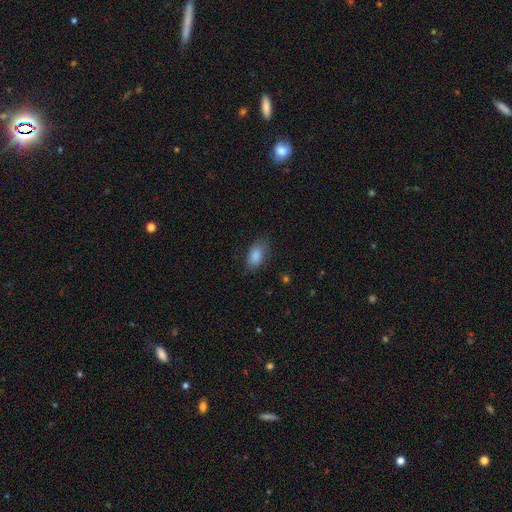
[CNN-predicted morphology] A smooth galaxy with no disk features (86%) that is in between round and cigar-shaped (91%).

Vote fractions:
- Smooth or featured? smooth: 86% / star or artifact: 7% / featured or disk: 7%
- How rounded? in between: 91% / round: 5% / cigar-shaped: 3%
- Merging? none: 76% / minor disturbance: 18% / major disturbance: 5% / merger: 1%